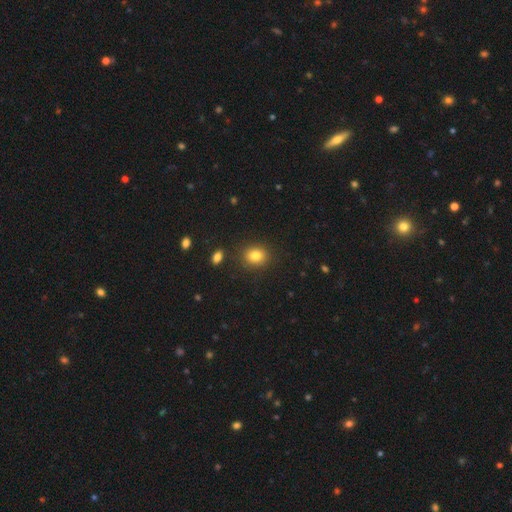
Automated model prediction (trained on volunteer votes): This appears to be a smooth galaxy with no disk features (83%) that is round (60%). Merging: none (86%).